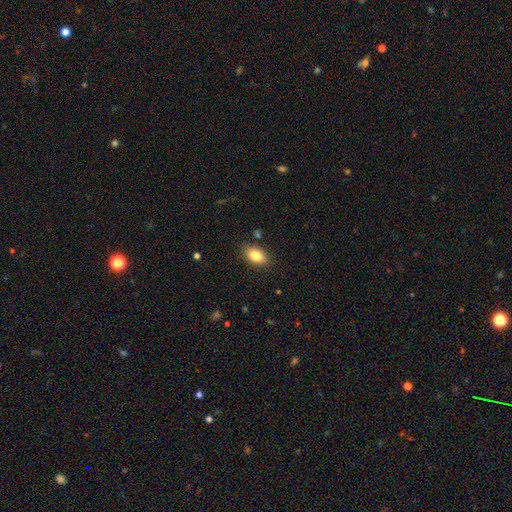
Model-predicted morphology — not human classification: The model was most divided on "smooth or featured": smooth: 84%, featured or disk: 8%, star or artifact: 8%. More confident: how rounded — in between (89%); merging — none (86%).